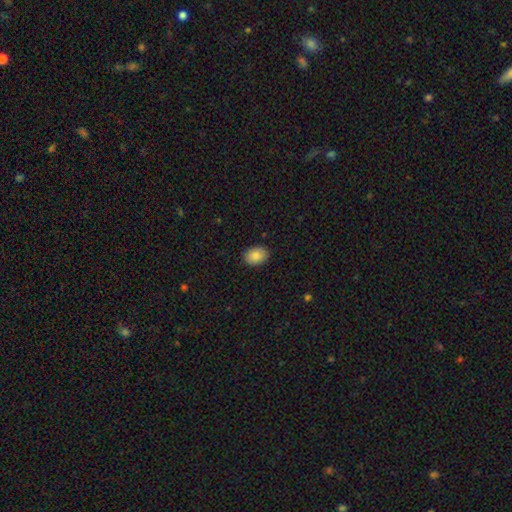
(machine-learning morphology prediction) A smooth galaxy with no disk features (86%) that is in between round and cigar-shaped (77%).

Vote fractions:
- Smooth or featured? smooth: 86% / star or artifact: 7% / featured or disk: 6%
- How rounded? in between: 77% / round: 22% / cigar-shaped: 1%
- Merging? none: 89% / minor disturbance: 8% / major disturbance: 2% / merger: 1%